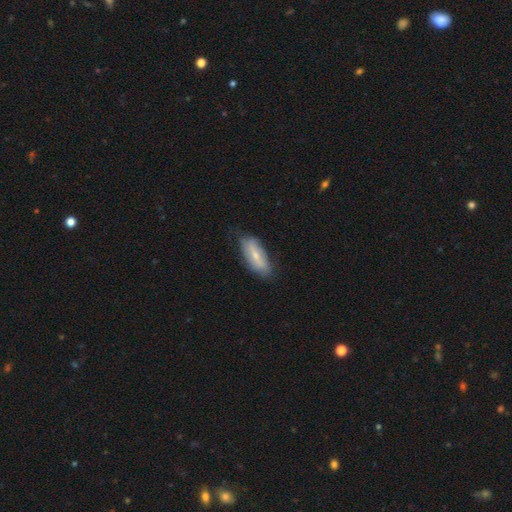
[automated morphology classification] smooth-or-featured: smooth: 55% | featured or disk: 38% | star or artifact: 7%
  how-rounded: in between: 79% | cigar-shaped: 19% | round: 3%
  merging: none: 71% | minor disturbance: 23% | major disturbance: 5% | merger: 1%